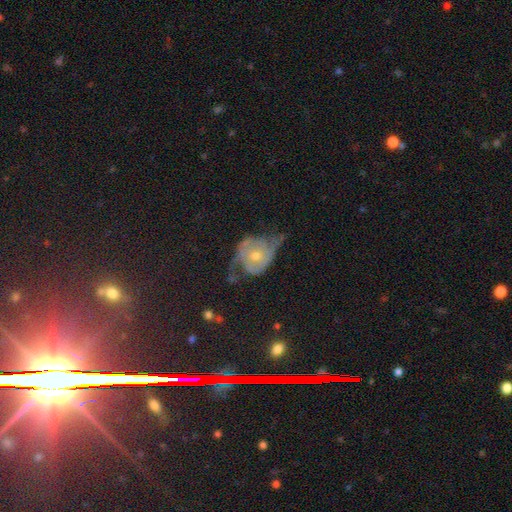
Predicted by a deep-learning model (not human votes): This is likely a featured or disk galaxy (72%). It is clearly not viewed edge-on (95%). Bar: likely no (76%). Spiral arm pattern: likely yes (78%). Spiral arm count: likely 2 (76%). Spiral winding: possibly loose (45%). Central bulge: possibly moderate (51%). Merging: marginally none (34%).